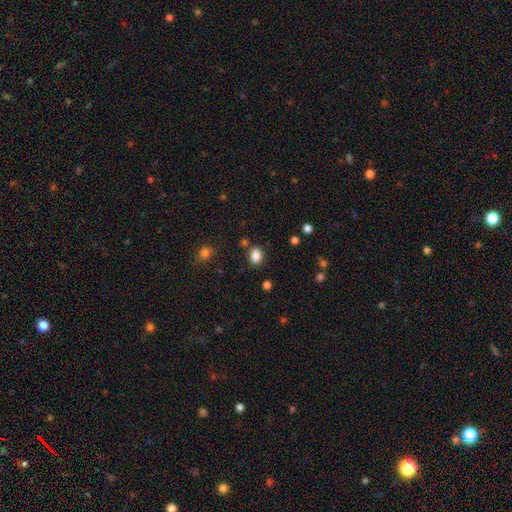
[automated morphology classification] Smooth or featured?
  - smooth: 86% *
  - star or artifact: 10%
  - featured or disk: 4%
How rounded?
  - in between: 71% *
  - round: 28%
  - cigar-shaped: 1%
Merging?
  - none: 82% *
  - minor disturbance: 11%
  - merger: 4%
  - major disturbance: 3%